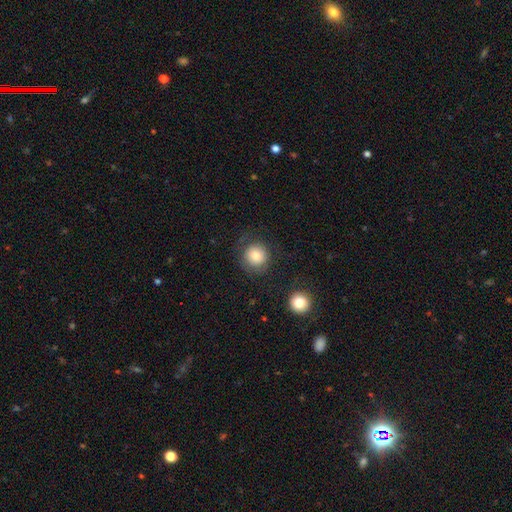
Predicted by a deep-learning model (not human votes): Morphology: type=smooth (80%); roundness=round (91%); merging=none (71%).